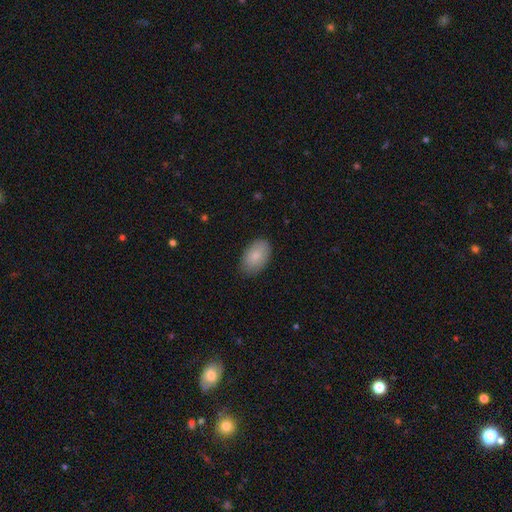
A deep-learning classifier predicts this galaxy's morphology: Smooth or featured?
  - smooth: 85% *
  - featured or disk: 9%
  - star or artifact: 6%
How rounded?
  - in between: 93% *
  - round: 6%
  - cigar-shaped: 1%
Merging?
  - none: 84% *
  - minor disturbance: 13%
  - major disturbance: 2%
  - merger: 1%